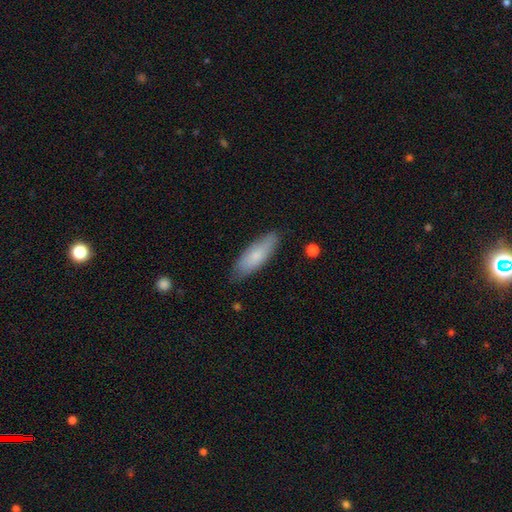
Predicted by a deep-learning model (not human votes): smooth-or-featured: smooth: 76% | featured or disk: 18% | star or artifact: 6%
  how-rounded: in between: 56% | cigar-shaped: 42% | round: 2%
  merging: none: 81% | minor disturbance: 16% | major disturbance: 3% | merger: 1%